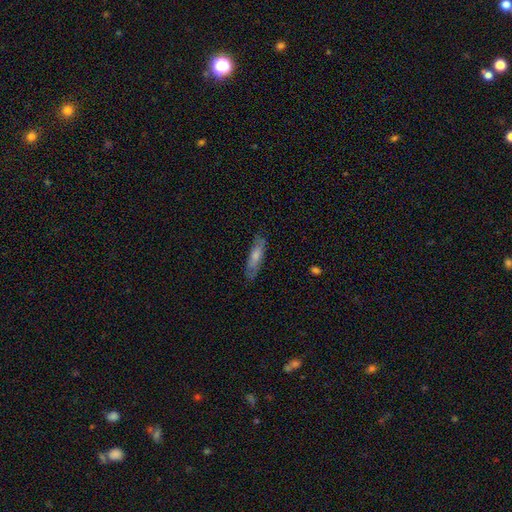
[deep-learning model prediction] smooth_or_featured: smooth (p=0.65) [alt: featured or disk p=0.29]
how_rounded: cigar-shaped (p=0.62) [alt: in between p=0.36]
merging: none (p=0.76) [alt: minor disturbance p=0.18]